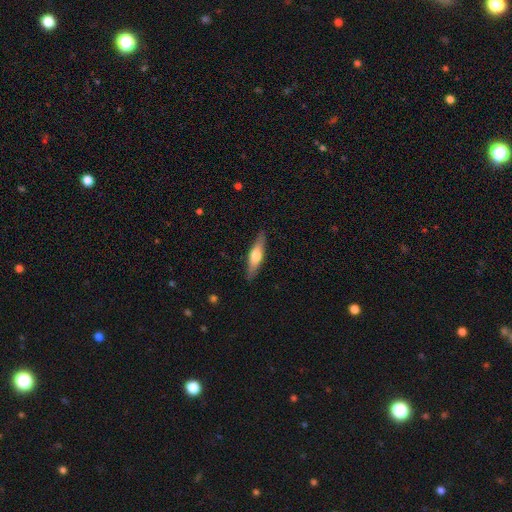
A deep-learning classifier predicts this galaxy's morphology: Q: Smooth or featured?
A: smooth (48%); runner-up: featured or disk (47%)
Q: Merging?
A: none (88%); runner-up: minor disturbance (9%)